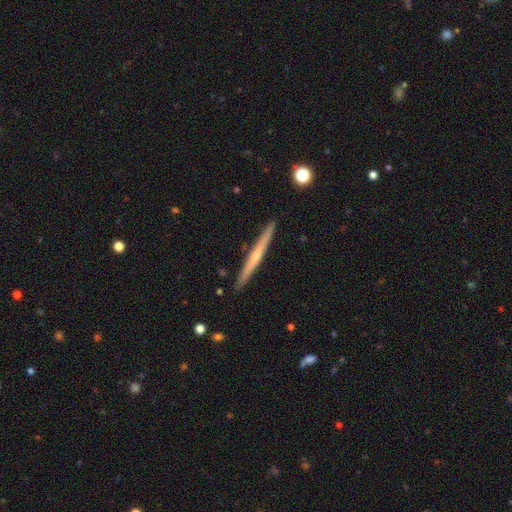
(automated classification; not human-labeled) Smooth or featured? featured or disk (61%)
Edge-on disk? yes (98%)
Edge-on bulge? none (52%)
Merging? none (91%)